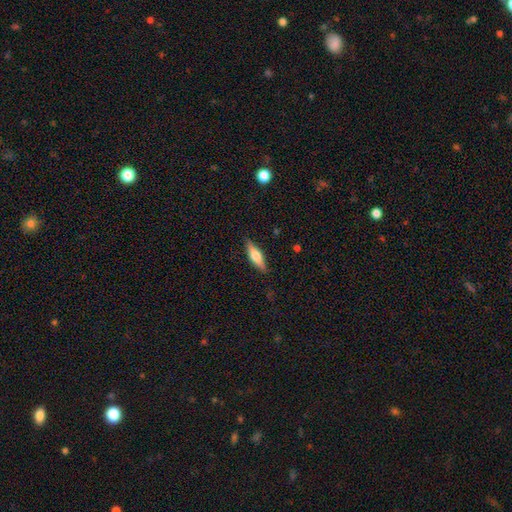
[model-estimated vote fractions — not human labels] Smooth or featured? smooth (54%)
How rounded? cigar-shaped (55%)
Merging? none (86%)